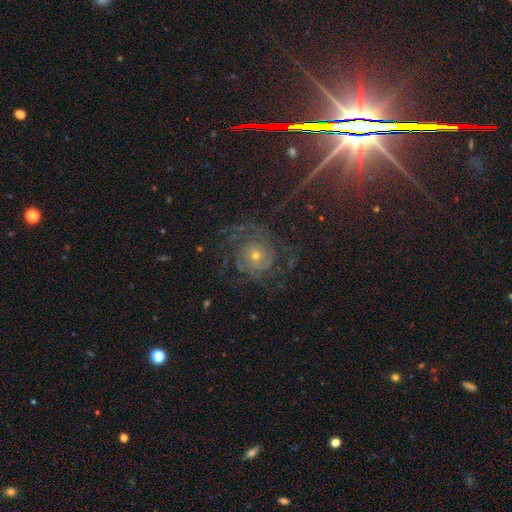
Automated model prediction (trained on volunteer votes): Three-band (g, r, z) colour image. It shows a featured or disk galaxy (76%) with no bar (80%), tight (60%) spiral arms (93%) and a small central bulge (56%). Merging: none (71%).